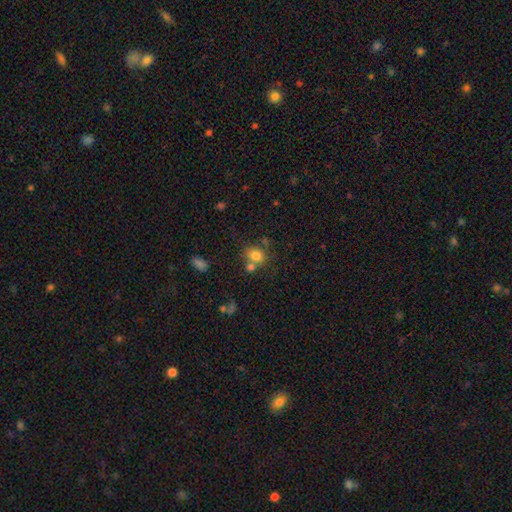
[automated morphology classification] Smooth or featured? Predicted: smooth (p=0.78). How rounded? Predicted: round (p=0.51). Merging? Predicted: none (p=0.52).